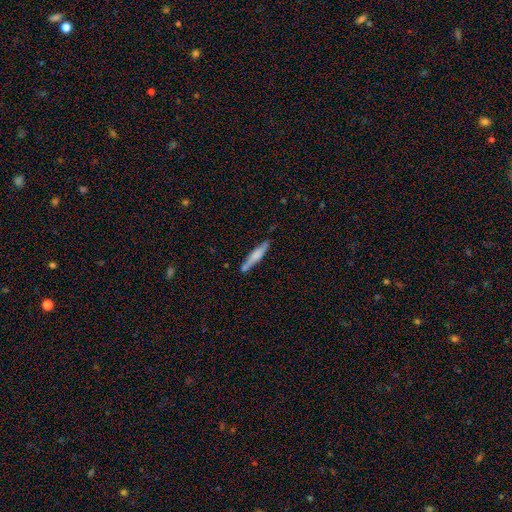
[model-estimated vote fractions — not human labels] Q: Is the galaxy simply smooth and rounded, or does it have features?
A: smooth — 55%.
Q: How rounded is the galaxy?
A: cigar-shaped — 91%.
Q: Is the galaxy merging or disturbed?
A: none — 77%.